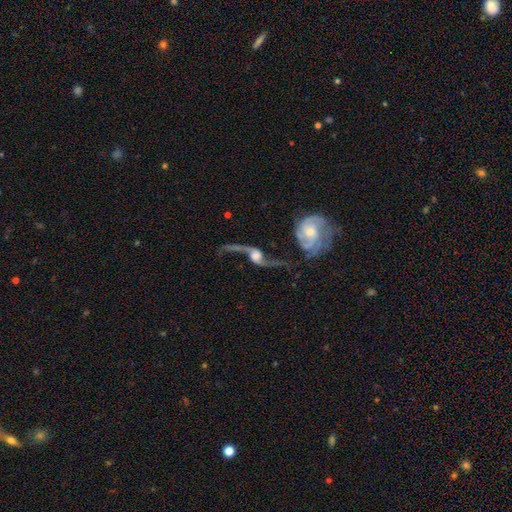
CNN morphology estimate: Overall: featured or disk (88%). Edge-on disk: no (92%). Bar: no (47%; weak 37%). Spiral arms: yes (95%). Spiral arm count: 2 (93%). Spiral winding: loose (90%). Bulge size: moderate (41%; large 24%). Merging: none (45%; major disturbance 22%).